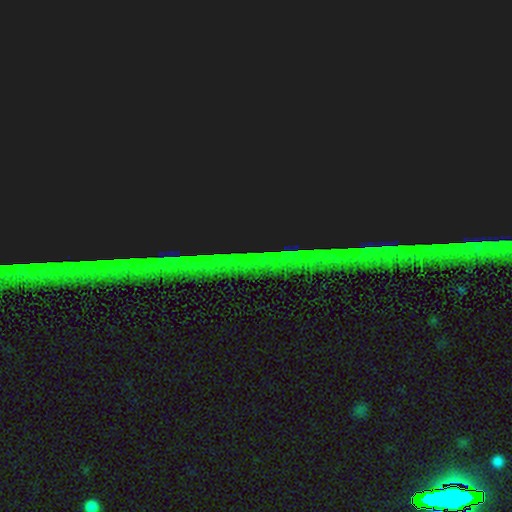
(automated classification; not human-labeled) star or artifact 83%, featured or disk 9%, smooth 8%.